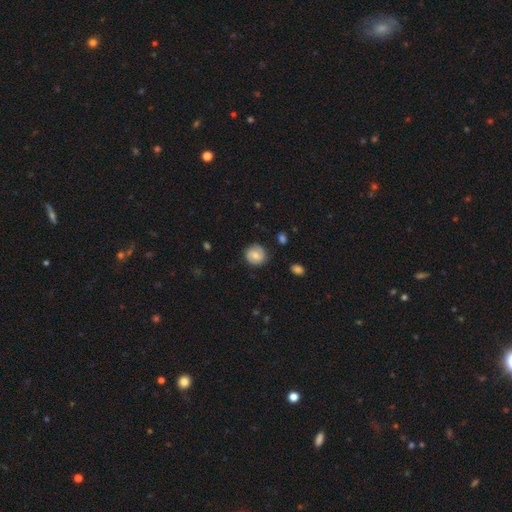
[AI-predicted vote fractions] smooth_or_featured: smooth (p=0.61) [alt: featured or disk p=0.32]
how_rounded: round (p=0.87) [alt: in between p=0.12]
merging: none (p=0.80) [alt: minor disturbance p=0.15]